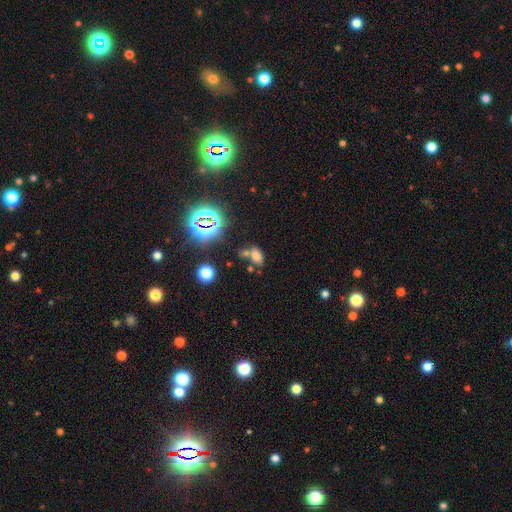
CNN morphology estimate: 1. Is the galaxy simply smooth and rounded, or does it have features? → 64% smooth, 26% star or artifact, 10% featured or disk.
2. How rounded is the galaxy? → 84% in between, 13% round, 3% cigar-shaped.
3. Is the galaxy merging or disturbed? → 47% none, 32% merger, 13% minor disturbance, 7% major disturbance.